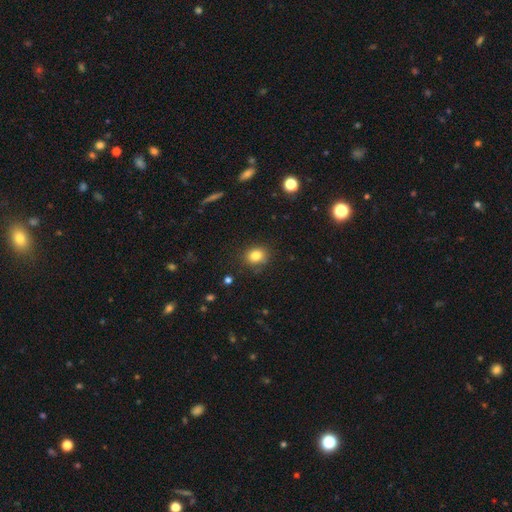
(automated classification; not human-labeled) Smooth or featured: smooth — 82% (star or artifact — 12%)
How rounded: round — 66% (in between — 33%)
Merging: none — 84% (minor disturbance — 12%)